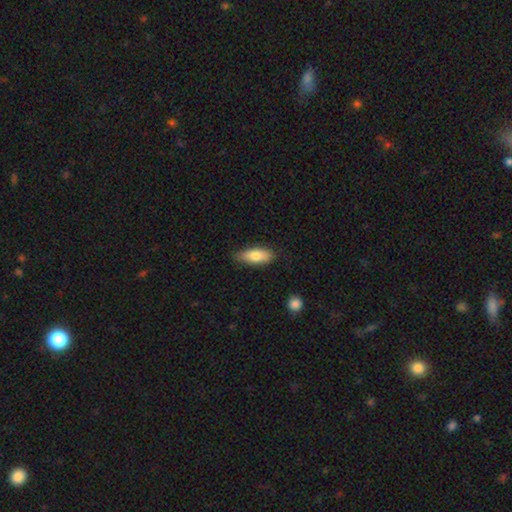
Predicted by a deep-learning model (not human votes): A smooth galaxy with no disk features (78%) that is in between round and cigar-shaped (74%).

Vote fractions:
- Smooth or featured? smooth: 78% / featured or disk: 15% / star or artifact: 6%
- How rounded? in between: 74% / cigar-shaped: 24% / round: 2%
- Merging? none: 79% / minor disturbance: 17% / major disturbance: 3% / merger: 1%